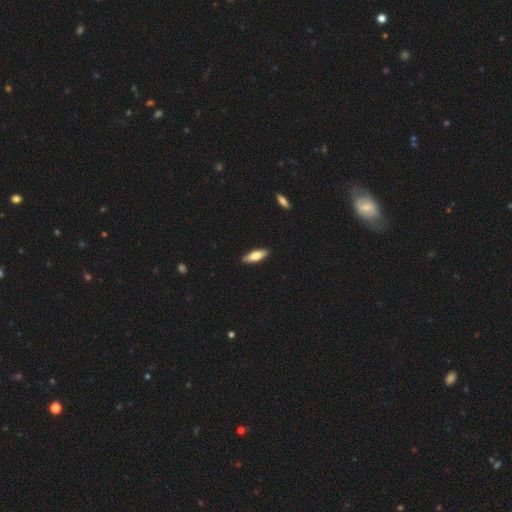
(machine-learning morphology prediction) smooth-or-featured: smooth: 63% | featured or disk: 31% | star or artifact: 5%
  how-rounded: in between: 52% | cigar-shaped: 46% | round: 2%
  merging: none: 89% | minor disturbance: 8% | major disturbance: 2% | merger: 1%